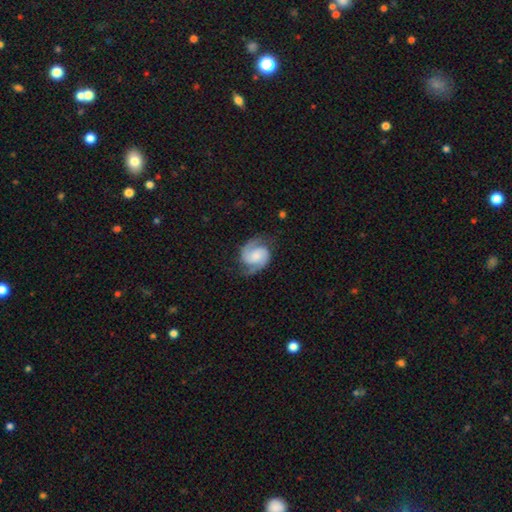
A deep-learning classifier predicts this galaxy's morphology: A featured or disk galaxy (85%) with no bar (59%), 2 (92%) medium (52%) spiral arms (98%) and a small central bulge (37%).

Vote fractions:
- Smooth or featured? featured or disk: 85% / smooth: 9% / star or artifact: 5%
- Edge-on disk? no: 98% / yes: 2%
- Bar? no: 59% / weak: 33% / strong: 8%
- Spiral arms? yes: 98% / no: 2%
- Spiral winding? medium: 52% / tight: 30% / loose: 18%
- Spiral arm count? 2: 92% / can't tell: 3% / 1: 2% / 3: 2% / 4: 1% / more than 4: 1%
- Bulge size? small: 37% / moderate: 30% / none: 21% / large: 10% / dominant: 2%
- Merging? none: 75% / minor disturbance: 17% / major disturbance: 7% / merger: 1%